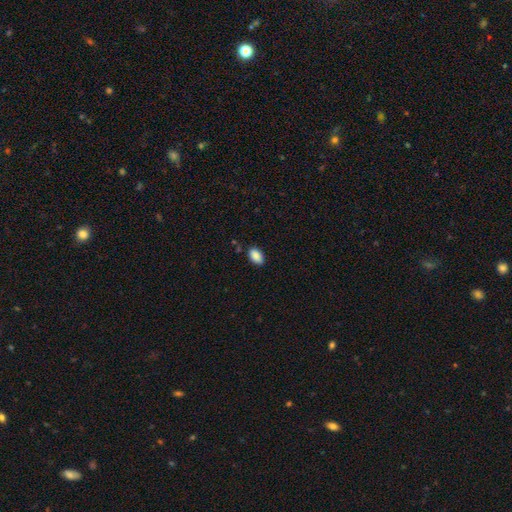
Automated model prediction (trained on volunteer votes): This is clearly a smooth galaxy (89%). How rounded: clearly in between (92%). Merging: clearly none (83%).